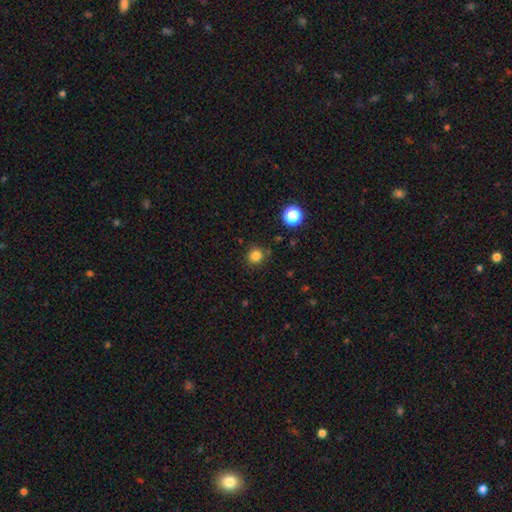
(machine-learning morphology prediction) The model was most divided on "smooth or featured": smooth: 82%, star or artifact: 14%, featured or disk: 4%. More confident: how rounded — round (90%); merging — none (87%).